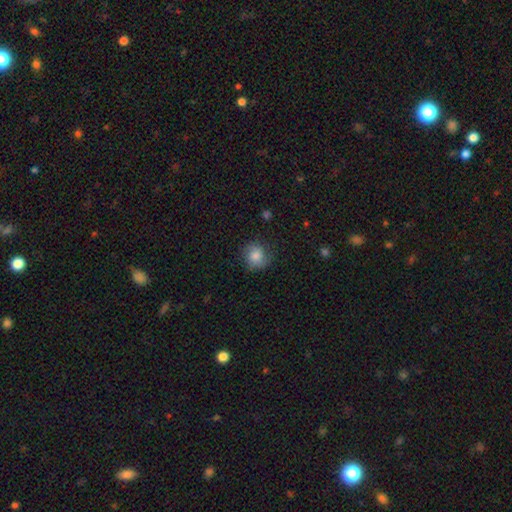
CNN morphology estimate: This is likely a smooth galaxy (75%). How rounded: clearly round (82%). Merging: likely none (71%).